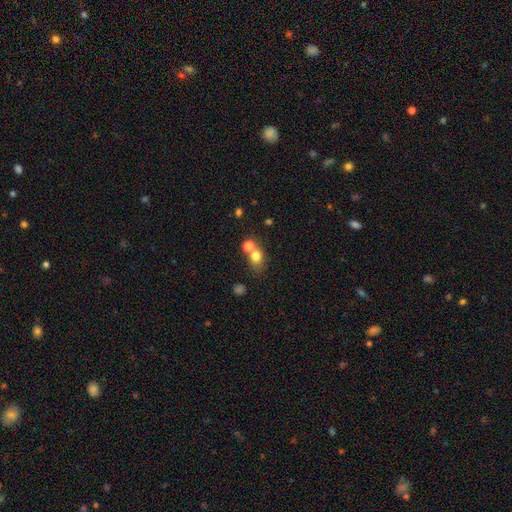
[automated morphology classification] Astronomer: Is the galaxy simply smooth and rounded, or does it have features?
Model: smooth — 75%.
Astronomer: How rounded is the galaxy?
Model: round — 67%.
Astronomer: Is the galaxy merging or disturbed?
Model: none — 48% (runner-up: merger, 38%).